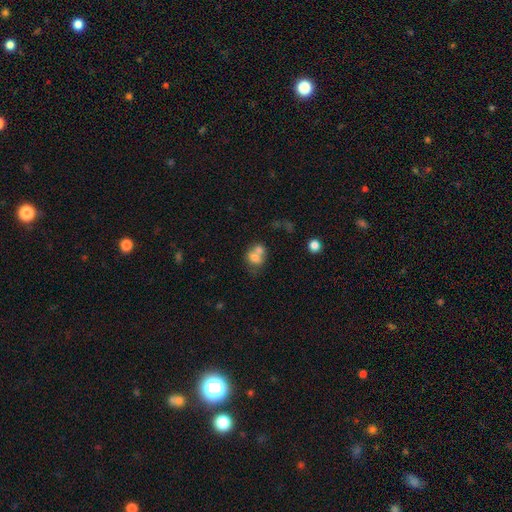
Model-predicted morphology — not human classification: A smooth galaxy with no disk features (69%) that is round (50%). Merging: merger (59%).